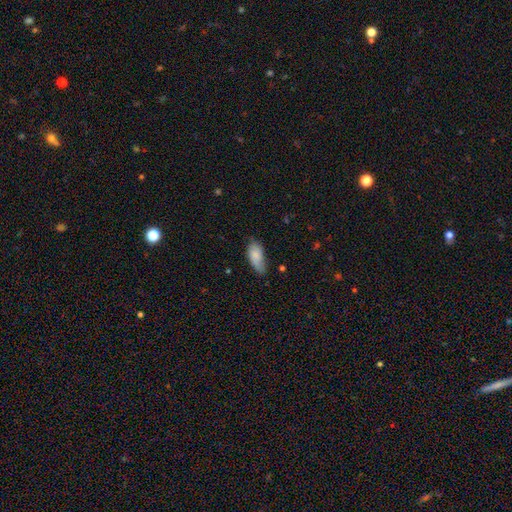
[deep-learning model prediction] Smooth or featured: smooth — 75% (featured or disk — 18%)
How rounded: in between — 88% (cigar-shaped — 10%)
Merging: none — 51% (minor disturbance — 36%)